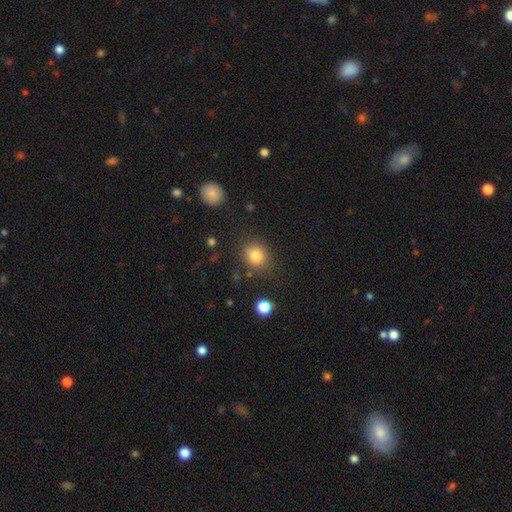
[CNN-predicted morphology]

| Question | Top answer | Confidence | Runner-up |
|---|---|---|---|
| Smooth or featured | smooth | 81% | star or artifact (11%) |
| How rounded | round | 68% | in between (31%) |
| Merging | none | 80% | minor disturbance (13%) |